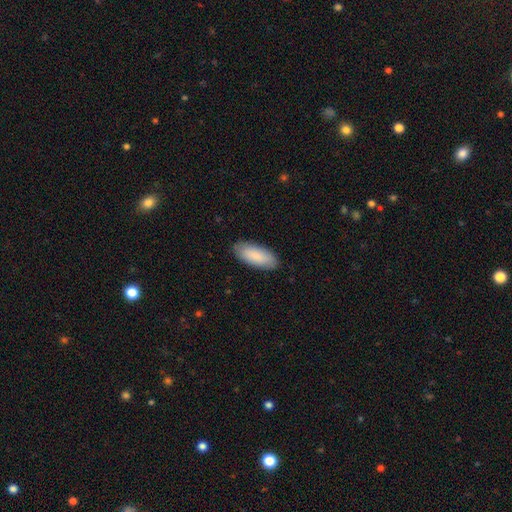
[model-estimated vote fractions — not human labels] smooth-or-featured: smooth: 88% | featured or disk: 7% | star or artifact: 5%
  how-rounded: in between: 84% | cigar-shaped: 14% | round: 2%
  merging: none: 88% | minor disturbance: 9% | major disturbance: 2% | merger: 1%